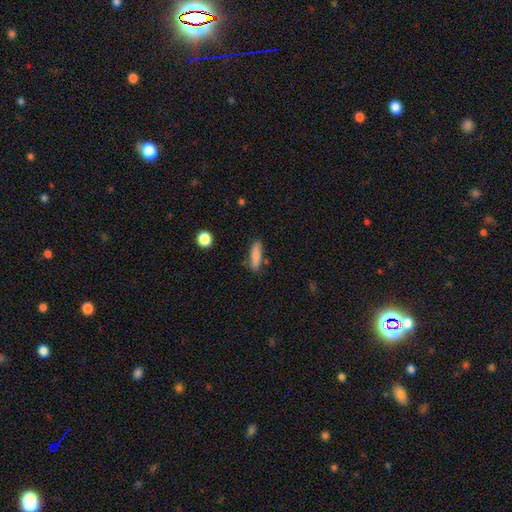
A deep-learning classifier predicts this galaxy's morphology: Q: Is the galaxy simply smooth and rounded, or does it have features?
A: smooth — 84%.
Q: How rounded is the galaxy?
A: cigar-shaped — 57%.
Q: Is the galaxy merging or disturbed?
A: none — 79%.